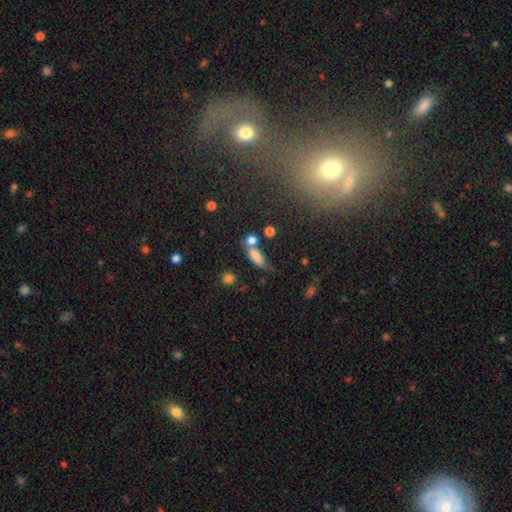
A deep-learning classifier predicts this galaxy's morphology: A smooth galaxy with no disk features (76%) that is in between round and cigar-shaped (67%).

Vote fractions:
- Smooth or featured? smooth: 76% / featured or disk: 12% / star or artifact: 12%
- How rounded? in between: 67% / cigar-shaped: 24% / round: 9%
- Merging? none: 38% / merger: 32% / minor disturbance: 19% / major disturbance: 11%